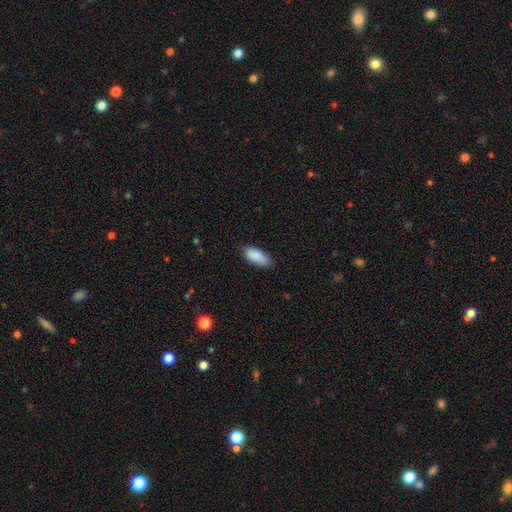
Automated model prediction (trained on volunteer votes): smooth 90%, star or artifact 6%, featured or disk 4%. Down the decision tree: how rounded — in between (85%); merging — none (82%).